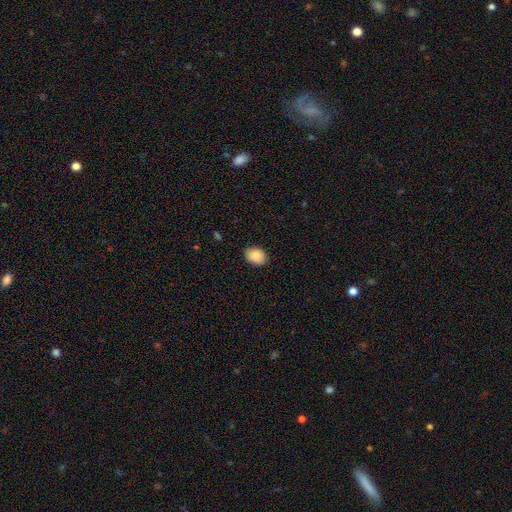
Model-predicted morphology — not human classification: The model was most divided on "how rounded": in between: 66%, round: 34%, cigar-shaped: 1%. More confident: smooth or featured — smooth (87%); merging — none (85%).